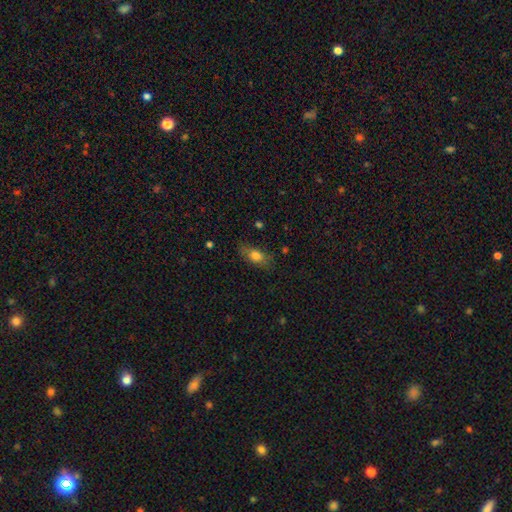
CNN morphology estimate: This is likely a smooth galaxy (74%). How rounded: likely in between (77%). Merging: likely none (74%).